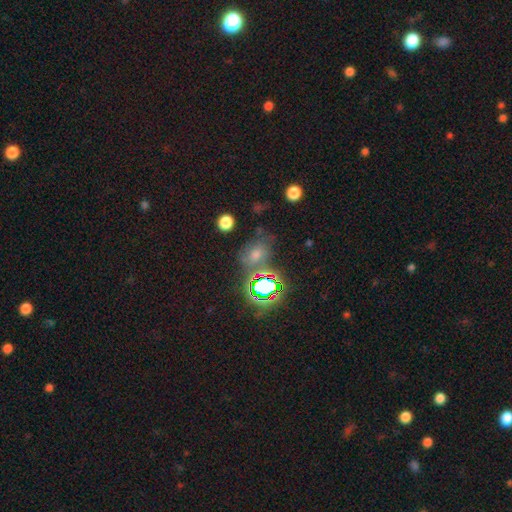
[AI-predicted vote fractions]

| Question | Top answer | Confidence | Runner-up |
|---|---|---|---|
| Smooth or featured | star or artifact | 44% | smooth (43%) |